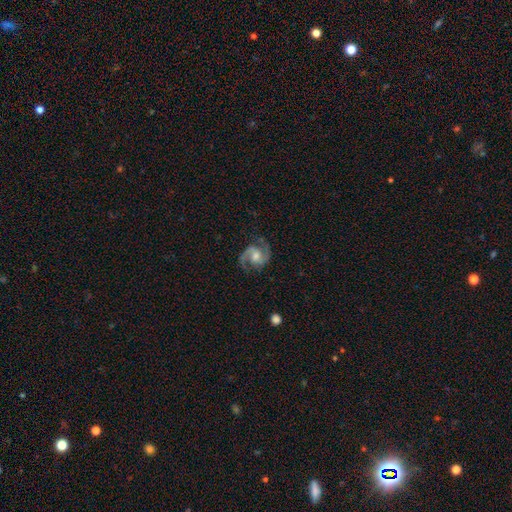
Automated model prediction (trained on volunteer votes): featured or disk 90%, smooth 5%, star or artifact 5%. Down the decision tree: edge-on disk — no (98%); bar — no (45%); spiral arms — yes (98%); spiral arm count — 2 (93%); spiral winding — medium (61%); bulge size — moderate (61%); merging — none (79%).